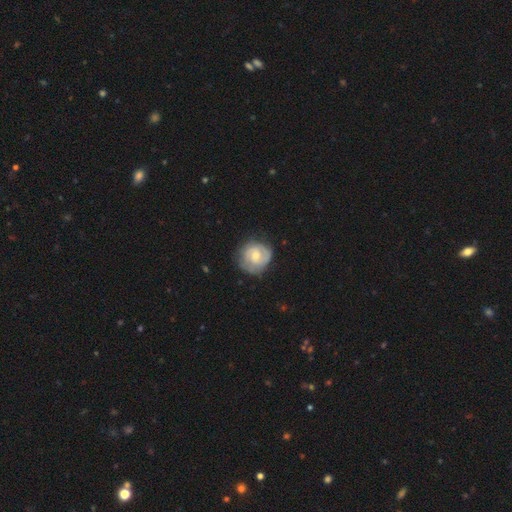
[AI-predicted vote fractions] featured or disk 50%, smooth 44%, star or artifact 6%. Down the decision tree: merging — none (68%).